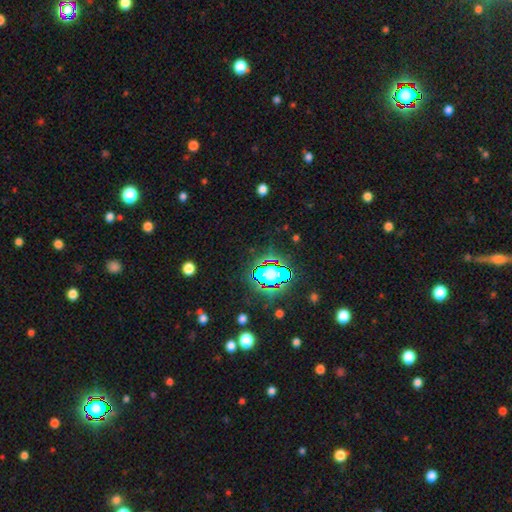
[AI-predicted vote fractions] Smooth or featured?
  - star or artifact: 82% *
  - smooth: 11%
  - featured or disk: 7%